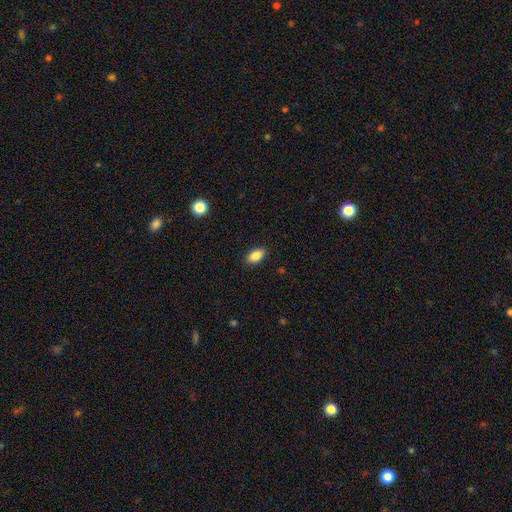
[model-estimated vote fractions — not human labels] smooth 87%, star or artifact 8%, featured or disk 5%. Down the decision tree: how rounded — in between (91%); merging — none (88%).